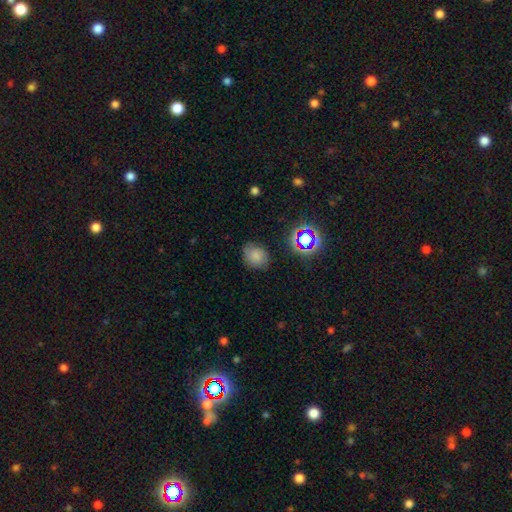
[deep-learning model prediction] smooth_or_featured: smooth (p=0.71) [alt: star or artifact p=0.17]
how_rounded: round (p=0.54) [alt: in between p=0.45]
merging: none (p=0.74) [alt: minor disturbance p=0.19]